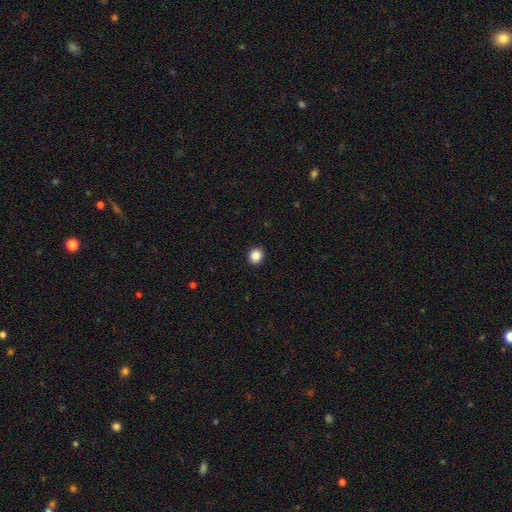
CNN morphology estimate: This appears to be a smooth galaxy with no disk features (87%) that is round (82%). Merging: none (92%).